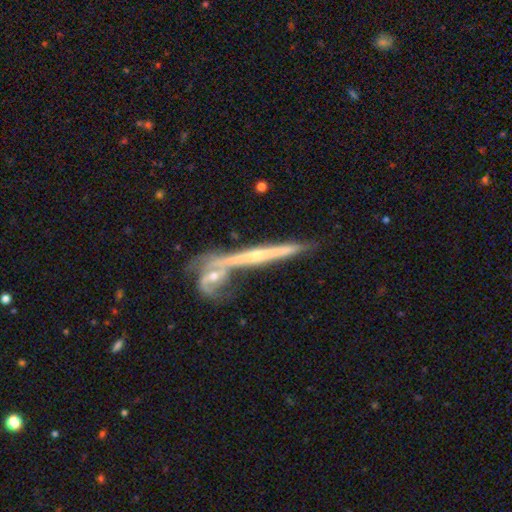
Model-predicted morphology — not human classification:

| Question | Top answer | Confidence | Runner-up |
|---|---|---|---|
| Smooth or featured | featured or disk | 75% | smooth (18%) |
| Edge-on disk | yes | 92% | no (8%) |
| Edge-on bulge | none | 55% | rounded (38%) |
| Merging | none | 56% | merger (28%) |